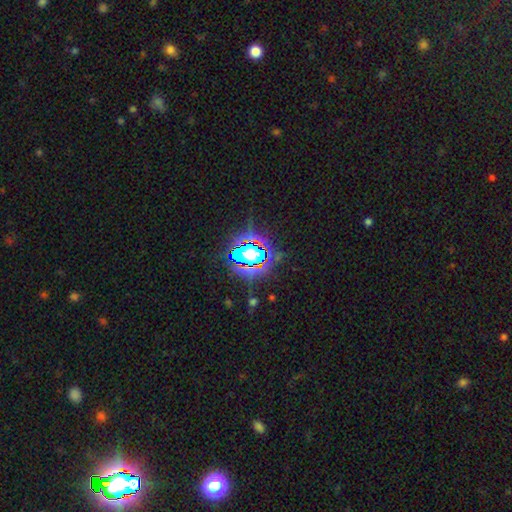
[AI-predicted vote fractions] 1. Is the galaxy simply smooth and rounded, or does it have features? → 79% star or artifact, 12% smooth, 9% featured or disk.